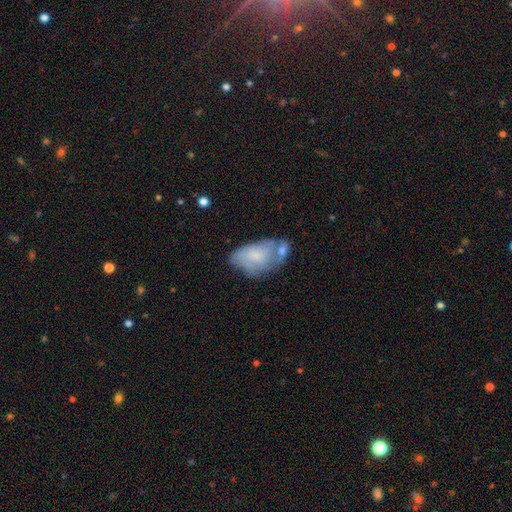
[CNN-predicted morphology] smooth 57%, featured or disk 35%, star or artifact 8%. Down the decision tree: how rounded — in between (93%); merging — none (34%).